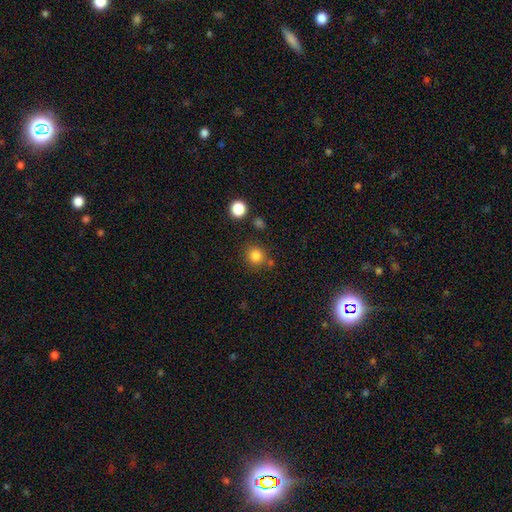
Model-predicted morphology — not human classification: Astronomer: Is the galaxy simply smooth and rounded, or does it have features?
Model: smooth — 83%.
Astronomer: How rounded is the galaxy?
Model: round — 91%.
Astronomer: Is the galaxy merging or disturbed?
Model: none — 80%.